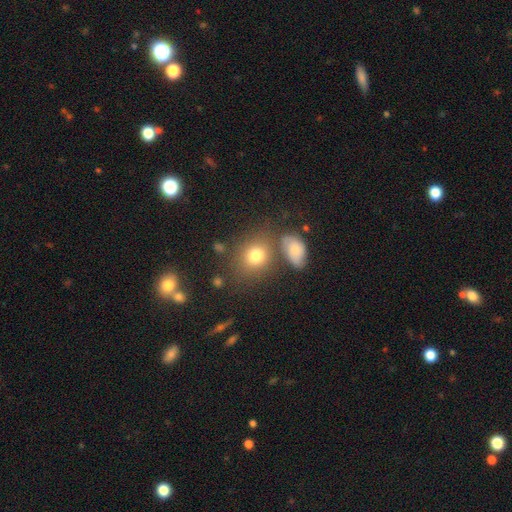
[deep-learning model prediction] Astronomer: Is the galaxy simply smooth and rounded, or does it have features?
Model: smooth — 77%.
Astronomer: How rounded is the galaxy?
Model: round — 64%.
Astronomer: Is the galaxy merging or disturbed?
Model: none — 67%.